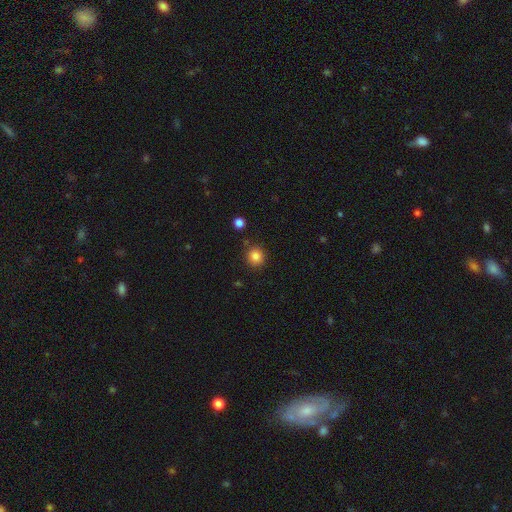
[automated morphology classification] smooth_or_featured: smooth (p=0.84) [alt: star or artifact p=0.11]
how_rounded: round (p=0.92) [alt: in between p=0.07]
merging: none (p=0.85) [alt: minor disturbance p=0.09]